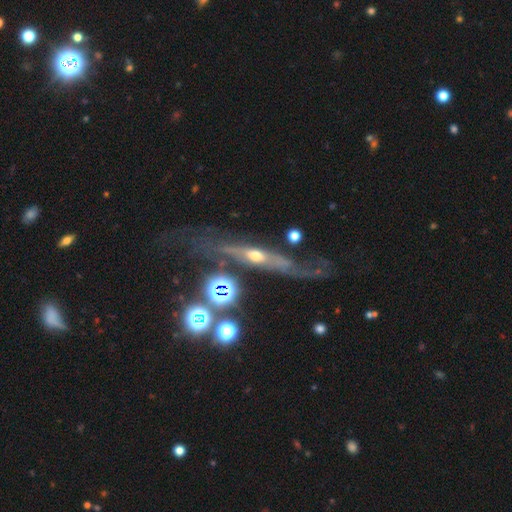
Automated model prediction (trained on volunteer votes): A featured or disk galaxy (65%) viewed edge-on (74%). Merging: none (58%).